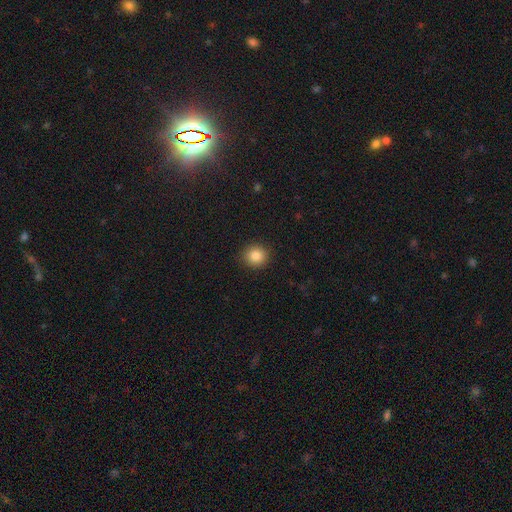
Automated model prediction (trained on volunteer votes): Smooth or featured? smooth (85%)
How rounded? round (87%)
Merging? none (91%)